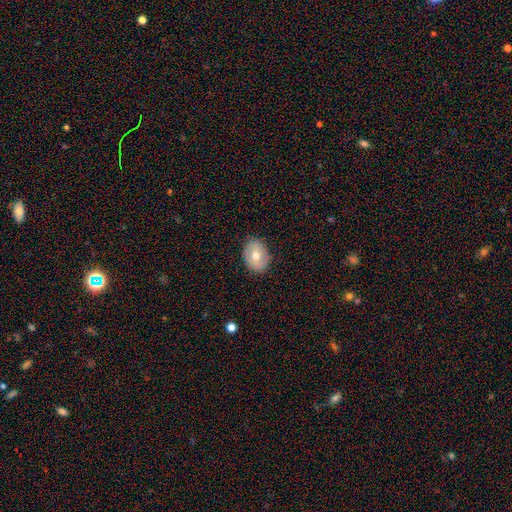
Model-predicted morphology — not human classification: This appears to be a smooth galaxy with no disk features (61%) that is in between round and cigar-shaped (65%). Merging: none (83%).